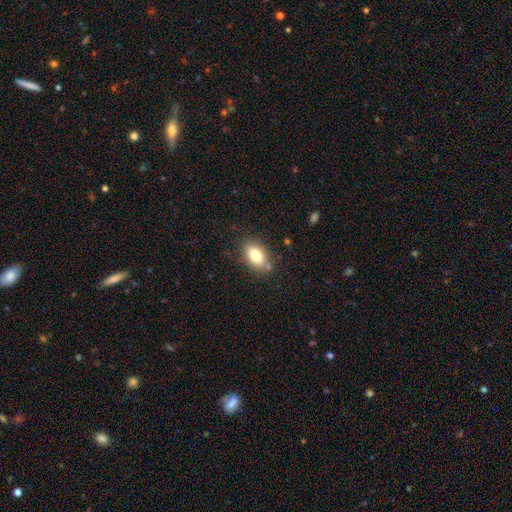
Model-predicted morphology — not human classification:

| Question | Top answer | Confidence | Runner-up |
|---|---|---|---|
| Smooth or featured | smooth | 81% | featured or disk (10%) |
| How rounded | in between | 86% | round (13%) |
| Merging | none | 78% | minor disturbance (14%) |